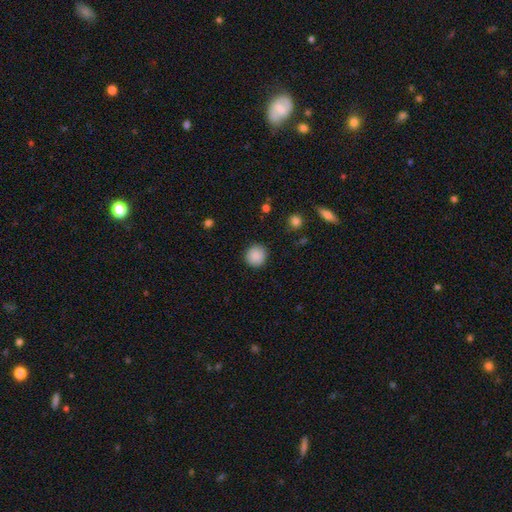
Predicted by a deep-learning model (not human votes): Smooth or featured? smooth (89%)
How rounded? round (94%)
Merging? none (91%)